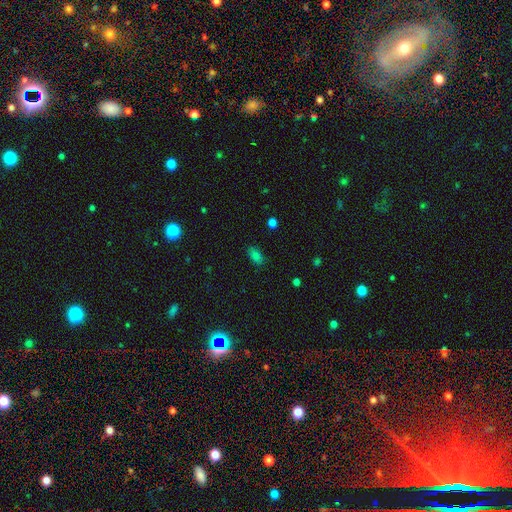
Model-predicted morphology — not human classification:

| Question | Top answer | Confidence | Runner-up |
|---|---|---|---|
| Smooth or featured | smooth | 77% | star or artifact (15%) |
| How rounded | in between | 87% | round (9%) |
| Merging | none | 84% | minor disturbance (12%) |